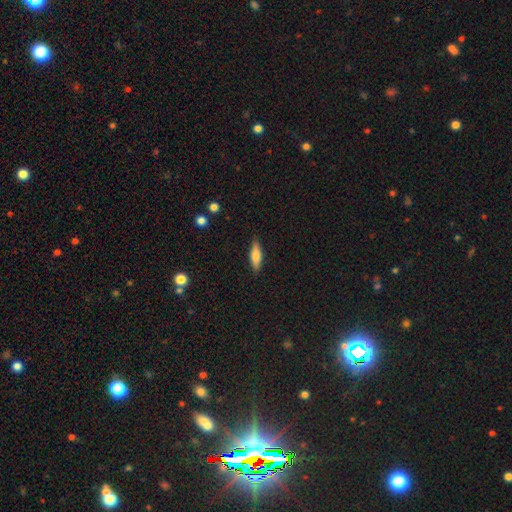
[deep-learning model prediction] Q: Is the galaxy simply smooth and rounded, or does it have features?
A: smooth — 65%.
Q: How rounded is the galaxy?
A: cigar-shaped — 60%.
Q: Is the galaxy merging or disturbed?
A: none — 88%.